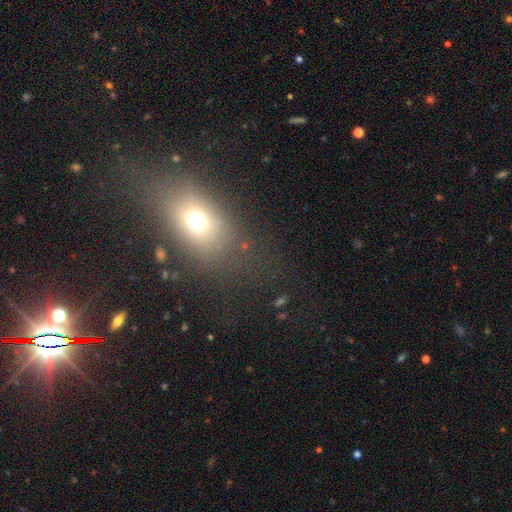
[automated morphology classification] A smooth galaxy with no disk features (59%) that is in between round and cigar-shaped (63%).

Vote fractions:
- Smooth or featured? smooth: 59% / star or artifact: 25% / featured or disk: 16%
- How rounded? in between: 63% / round: 31% / cigar-shaped: 6%
- Merging? none: 68% / minor disturbance: 16% / major disturbance: 13% / merger: 3%